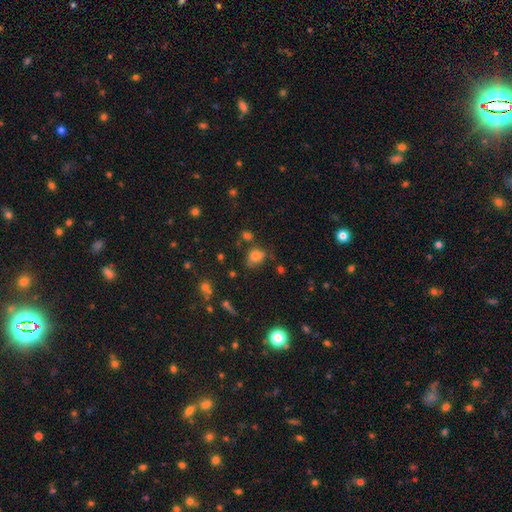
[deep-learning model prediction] Smooth or featured: smooth — 74% (star or artifact — 15%)
How rounded: in between — 59% (round — 40%)
Merging: none — 54% (minor disturbance — 27%)